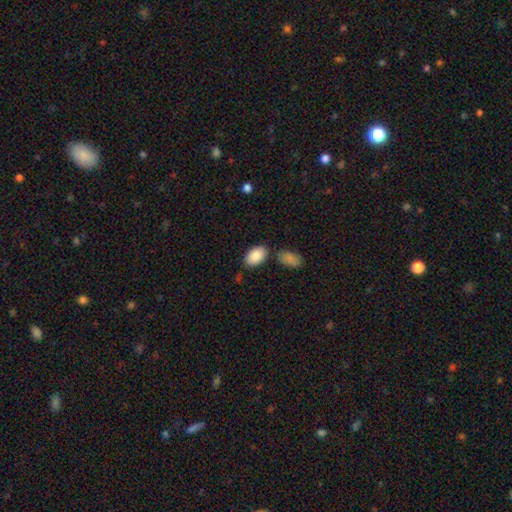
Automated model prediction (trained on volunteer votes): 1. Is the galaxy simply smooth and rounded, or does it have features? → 87% smooth, 7% featured or disk, 6% star or artifact.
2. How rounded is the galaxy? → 94% in between, 5% round, 1% cigar-shaped.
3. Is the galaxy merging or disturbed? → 74% none, 13% minor disturbance, 9% merger, 3% major disturbance.